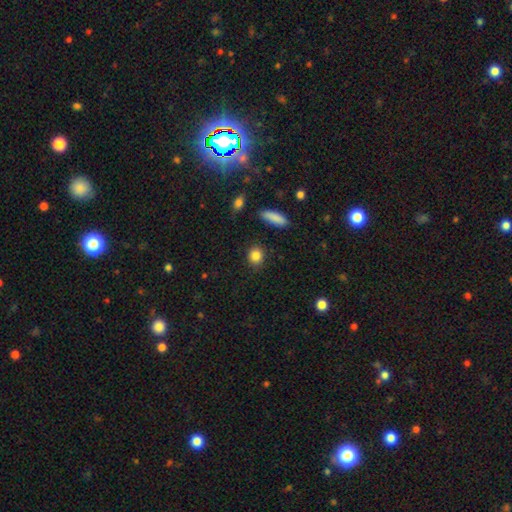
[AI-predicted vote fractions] Overall: smooth (86%). How rounded: round (72%). Merging: none (89%).